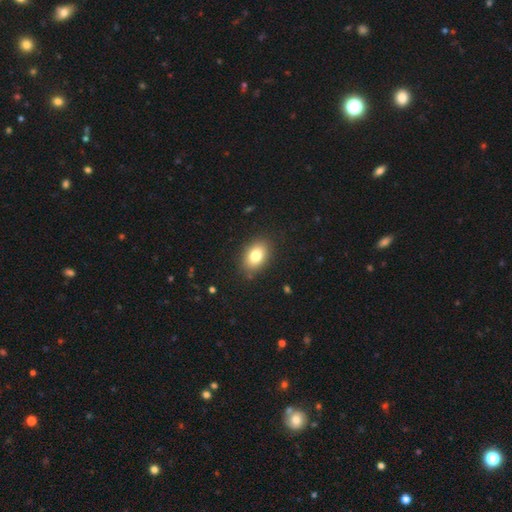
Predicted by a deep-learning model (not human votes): Q: Smooth or featured?
A: smooth (81%); runner-up: featured or disk (11%)
Q: How rounded?
A: in between (83%); runner-up: round (16%)
Q: Merging?
A: none (86%); runner-up: minor disturbance (10%)